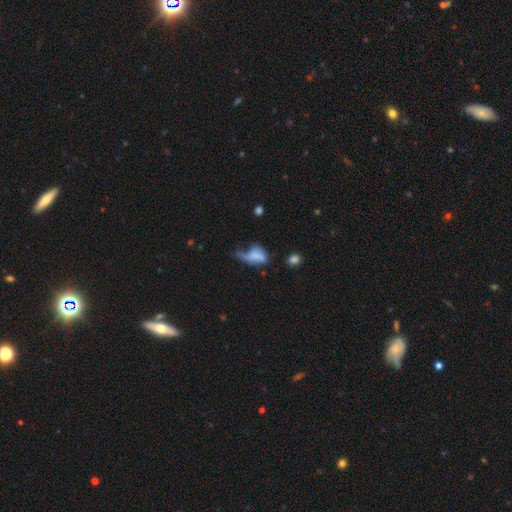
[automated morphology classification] A smooth galaxy with no disk features (60%) that is in between round and cigar-shaped (82%). Merging: major disturbance (46%).